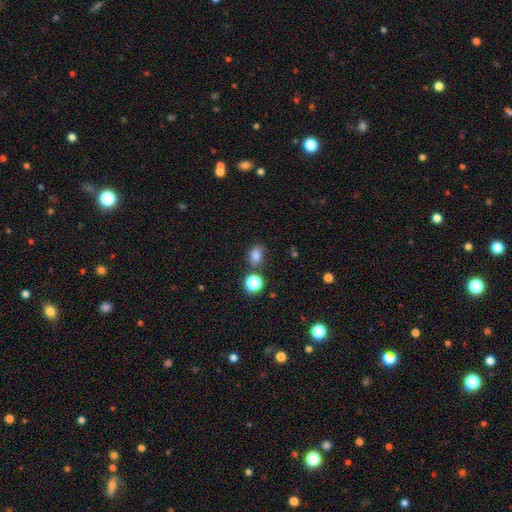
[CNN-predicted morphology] smooth_or_featured: smooth (p=0.79) [alt: star or artifact p=0.16]
how_rounded: in between (p=0.62) [alt: round p=0.37]
merging: none (p=0.72) [alt: minor disturbance p=0.15]